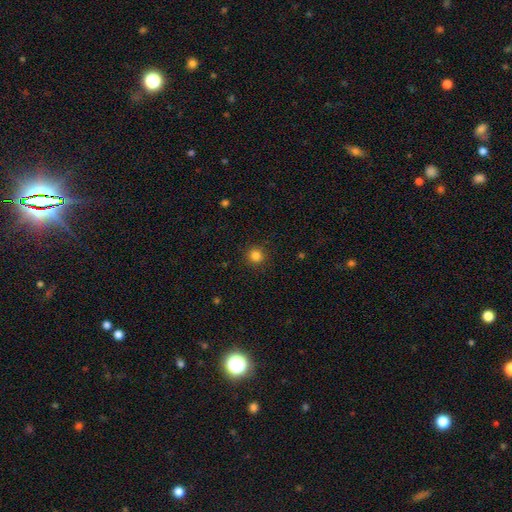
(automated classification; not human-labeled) Smooth or featured: smooth — 83% (star or artifact — 12%)
How rounded: round — 93% (in between — 6%)
Merging: none — 91% (minor disturbance — 6%)